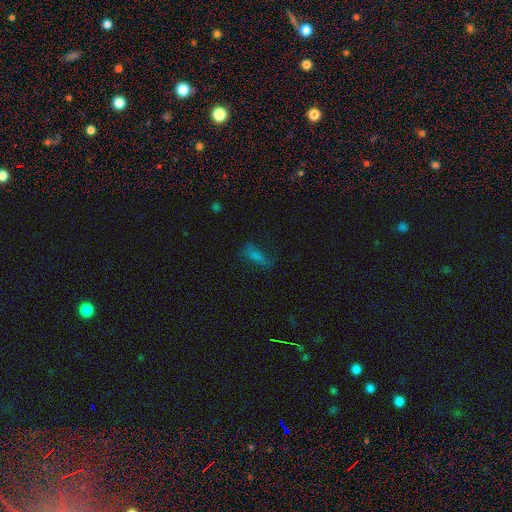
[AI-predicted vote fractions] Q: Smooth or featured?
A: smooth (52%); runner-up: star or artifact (26%)
Q: How rounded?
A: in between (58%); runner-up: cigar-shaped (36%)
Q: Merging?
A: none (66%); runner-up: minor disturbance (20%)